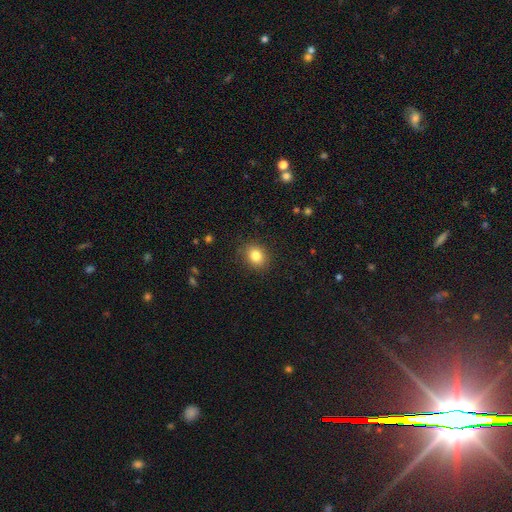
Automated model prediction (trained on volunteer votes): Smooth or featured: smooth — 83% (star or artifact — 10%)
How rounded: round — 63% (in between — 37%)
Merging: none — 87% (minor disturbance — 9%)